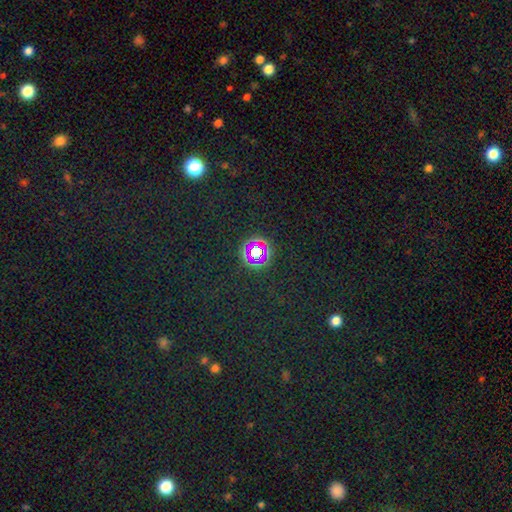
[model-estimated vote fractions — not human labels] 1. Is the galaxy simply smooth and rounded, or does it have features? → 67% star or artifact, 22% smooth, 11% featured or disk.